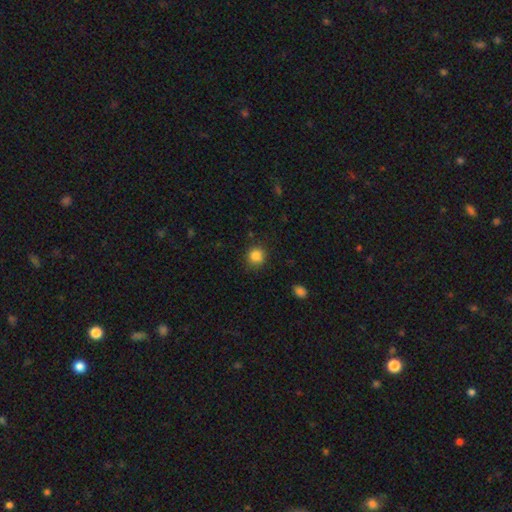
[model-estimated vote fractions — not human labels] Smooth or featured: smooth — 84% (star or artifact — 11%)
How rounded: round — 89% (in between — 10%)
Merging: none — 86% (minor disturbance — 10%)